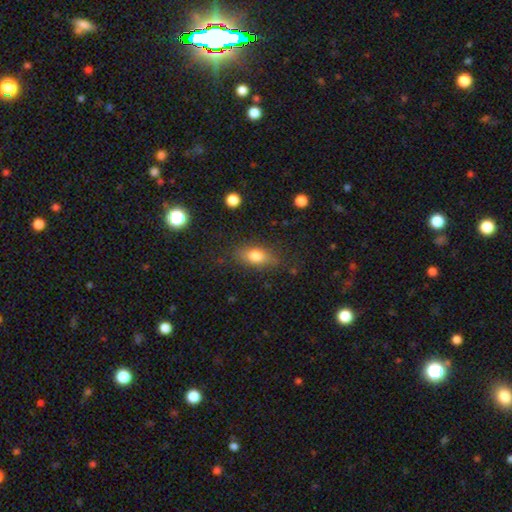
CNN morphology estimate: Smooth or featured: smooth — 77% (featured or disk — 14%)
How rounded: in between — 80% (cigar-shaped — 11%)
Merging: none — 78% (minor disturbance — 15%)